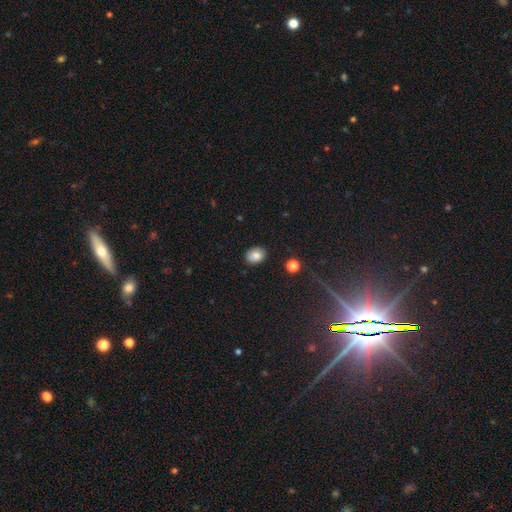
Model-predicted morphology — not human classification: smooth-or-featured: smooth: 83% | star or artifact: 10% | featured or disk: 8%
  how-rounded: in between: 56% | round: 43% | cigar-shaped: 1%
  merging: none: 88% | minor disturbance: 9% | major disturbance: 2% | merger: 1%